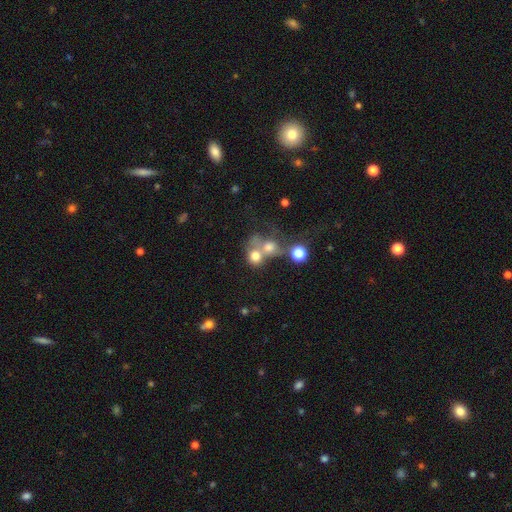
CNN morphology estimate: Smooth or featured?
  - smooth: 68% *
  - featured or disk: 17%
  - star or artifact: 15%
How rounded?
  - round: 71% *
  - in between: 28%
  - cigar-shaped: 1%
Merging?
  - merger: 55% *
  - none: 28%
  - major disturbance: 9%
  - minor disturbance: 8%